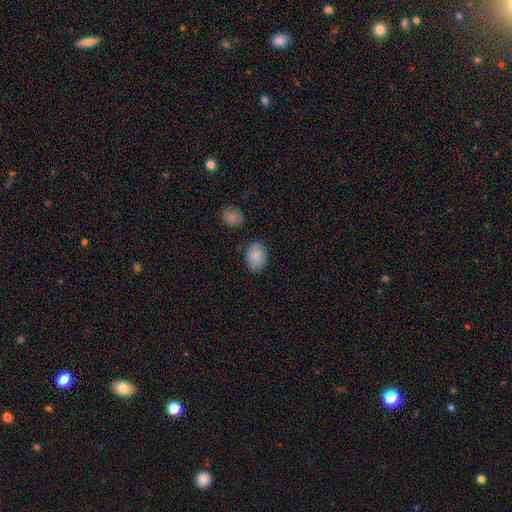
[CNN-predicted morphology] Smooth or featured? smooth (84%)
How rounded? in between (77%)
Merging? none (79%)